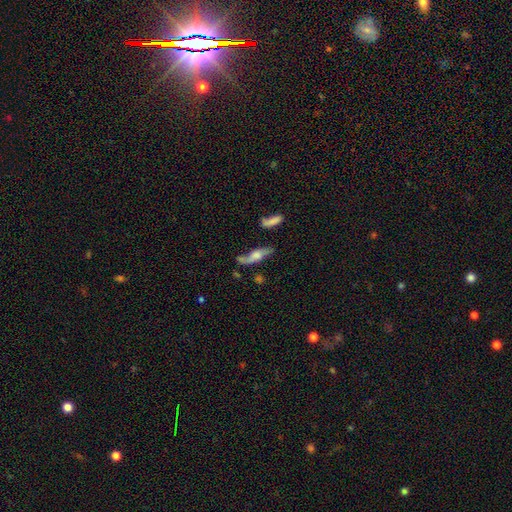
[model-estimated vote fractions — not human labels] Overall: featured or disk (65%; smooth 27%). Edge-on disk: no (54%; yes 46%). Merging: none (57%; minor disturbance 22%).